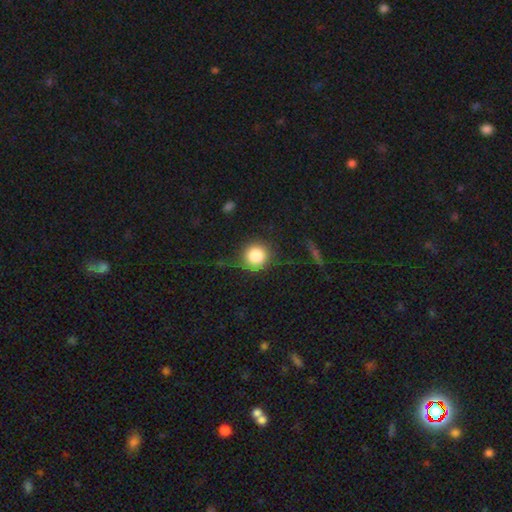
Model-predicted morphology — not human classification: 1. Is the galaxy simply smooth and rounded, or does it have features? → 81% smooth, 10% featured or disk, 9% star or artifact.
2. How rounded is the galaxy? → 93% round, 6% in between, 1% cigar-shaped.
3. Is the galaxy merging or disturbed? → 70% none, 19% minor disturbance, 9% major disturbance, 2% merger.